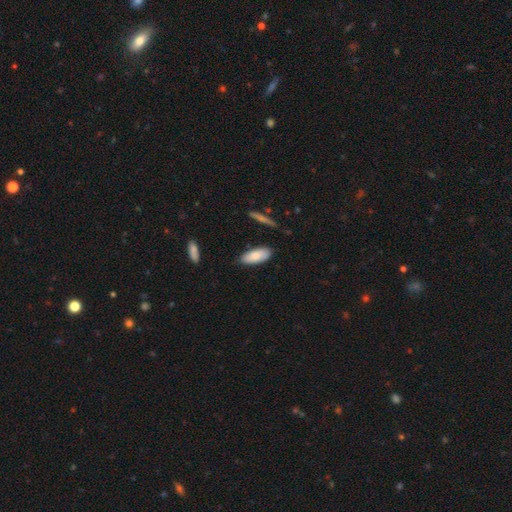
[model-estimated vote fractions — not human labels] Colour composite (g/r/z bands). It shows a smooth galaxy with no disk features (84%) that is in between round and cigar-shaped (80%). Merging: none (79%).